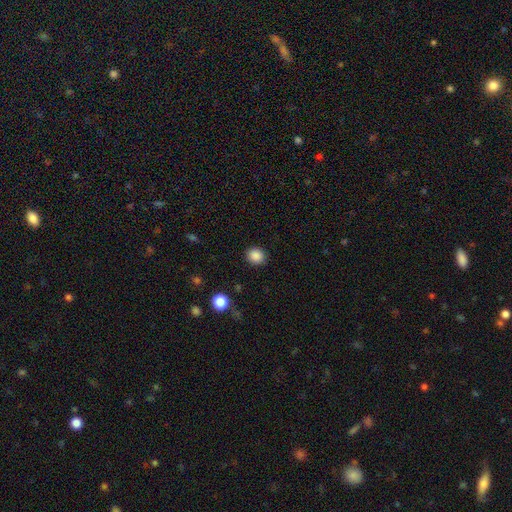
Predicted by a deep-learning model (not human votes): This appears to be a smooth galaxy with no disk features (87%) that is round (79%). Merging: none (90%).